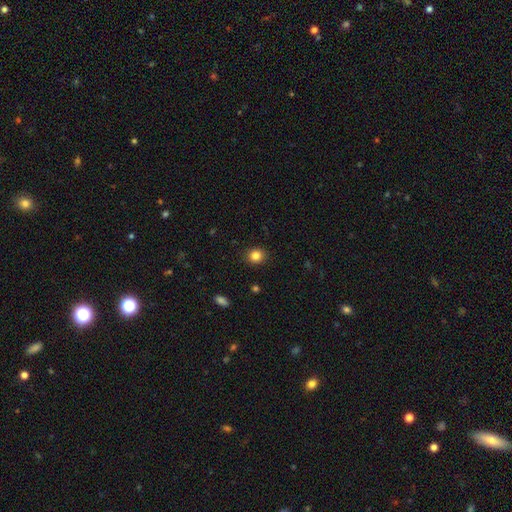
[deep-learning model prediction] Smooth or featured: smooth — 85% (star or artifact — 11%)
How rounded: round — 78% (in between — 21%)
Merging: none — 90% (minor disturbance — 7%)